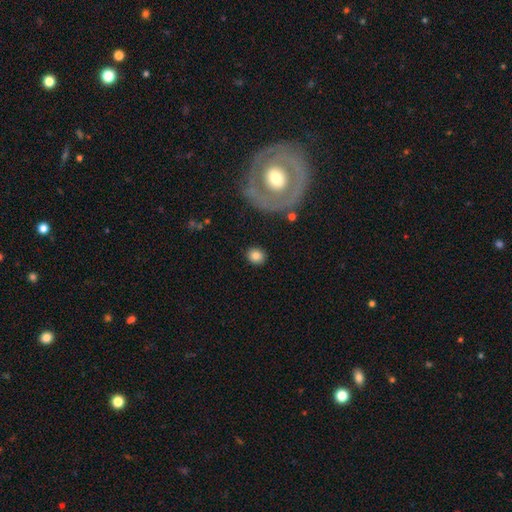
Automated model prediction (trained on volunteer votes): A smooth galaxy with no disk features (82%) that is round (73%). Merging: none (88%).